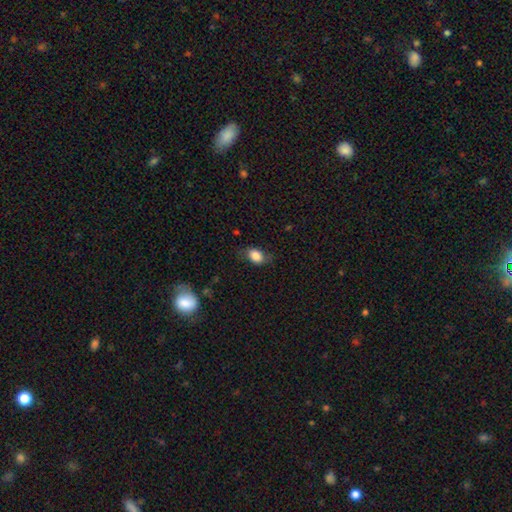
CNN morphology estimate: This appears to be a smooth galaxy with no disk features (83%) that is in between round and cigar-shaped (82%). Merging: none (69%).